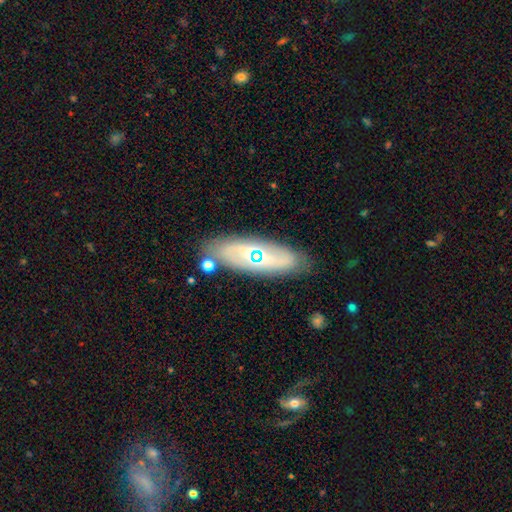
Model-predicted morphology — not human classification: Smooth or featured? Predicted: featured or disk (p=0.58). Edge-on disk? Predicted: no (p=0.73). Merging? Predicted: none (p=0.80).